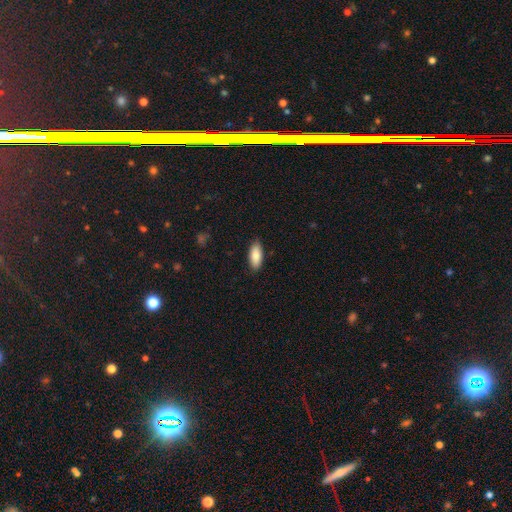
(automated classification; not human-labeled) The model was most divided on "smooth or featured": smooth: 84%, featured or disk: 9%, star or artifact: 6%. More confident: merging — none (87%); how rounded — in between (87%).